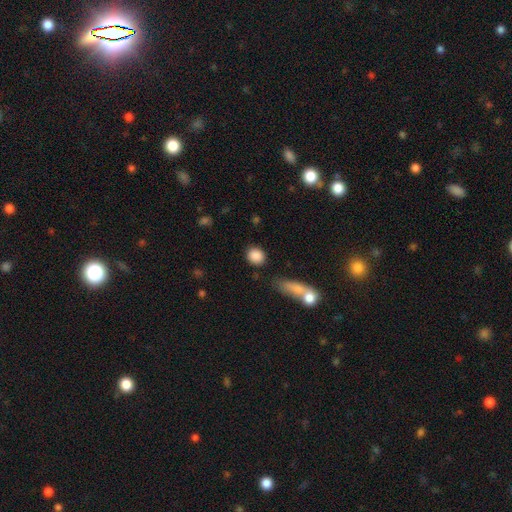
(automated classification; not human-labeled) Q: Smooth or featured?
A: smooth (88%); runner-up: star or artifact (8%)
Q: How rounded?
A: round (73%); runner-up: in between (24%)
Q: Merging?
A: none (81%); runner-up: minor disturbance (10%)